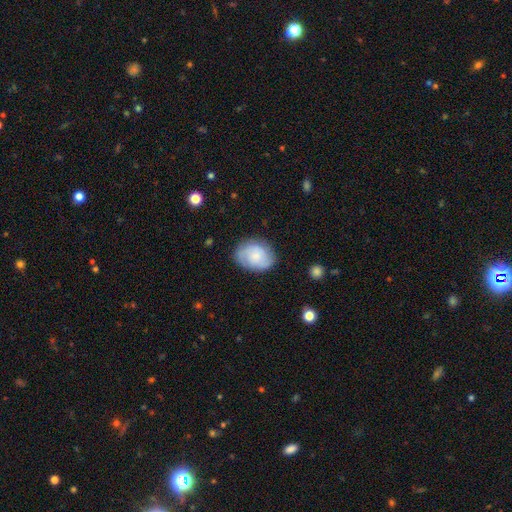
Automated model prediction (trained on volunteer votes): Smooth or featured? Predicted: featured or disk (p=0.49). Merging? Predicted: none (p=0.76).